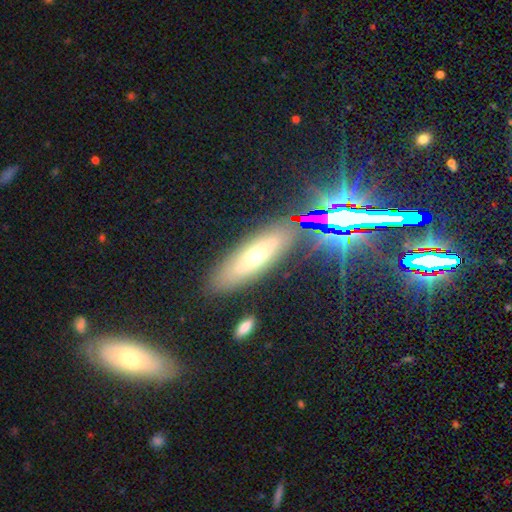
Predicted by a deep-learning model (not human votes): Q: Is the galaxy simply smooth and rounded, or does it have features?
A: smooth — 35%, tied with featured or disk.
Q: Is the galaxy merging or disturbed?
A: none — 81%.